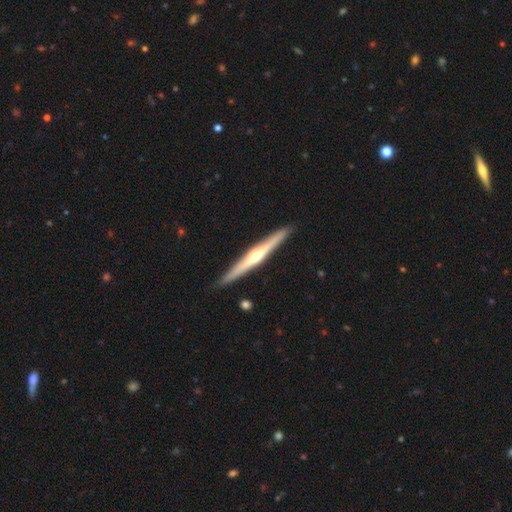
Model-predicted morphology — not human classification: featured or disk 74%, smooth 21%, star or artifact 5%. Down the decision tree: edge-on disk — yes (98%); edge-on bulge — rounded (85%); merging — none (91%).